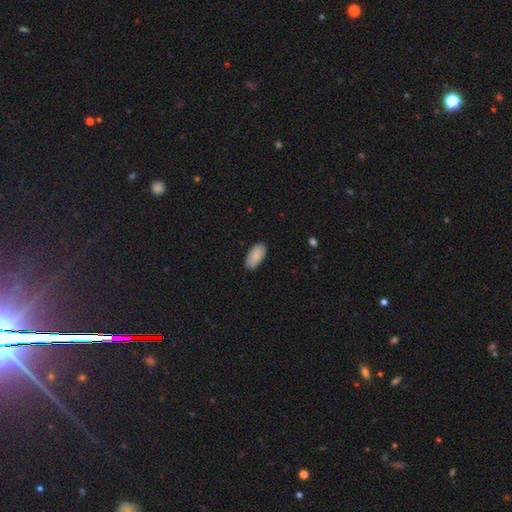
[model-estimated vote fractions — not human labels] A smooth galaxy with no disk features (89%) that is in between round and cigar-shaped (94%).

Vote fractions:
- Smooth or featured? smooth: 89% / star or artifact: 6% / featured or disk: 5%
- How rounded? in between: 94% / cigar-shaped: 4% / round: 2%
- Merging? none: 88% / minor disturbance: 9% / major disturbance: 2% / merger: 1%